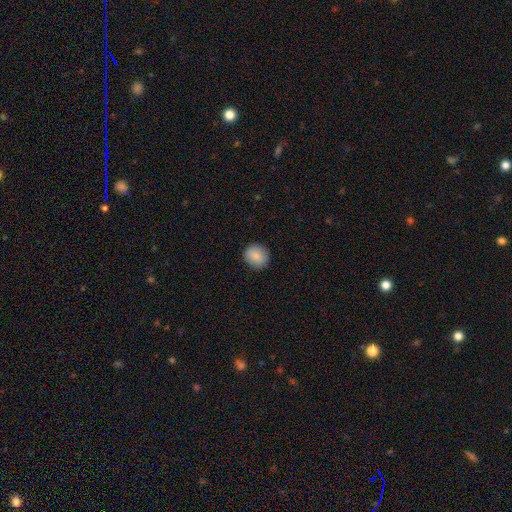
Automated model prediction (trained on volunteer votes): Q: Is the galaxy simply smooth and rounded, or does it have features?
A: smooth — 86%.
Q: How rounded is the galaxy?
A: round — 85%.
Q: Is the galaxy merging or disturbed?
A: none — 90%.